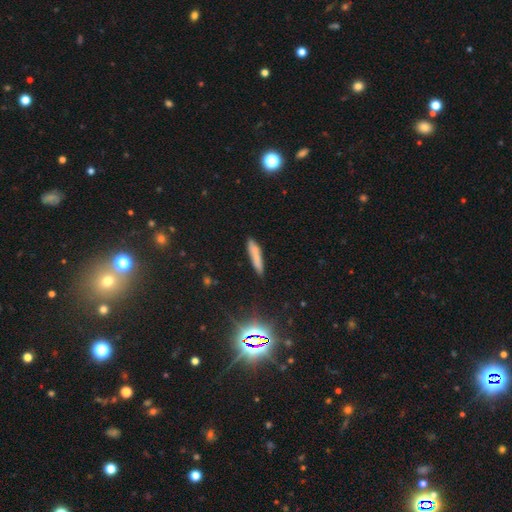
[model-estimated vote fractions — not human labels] This is likely a smooth galaxy (68%). How rounded: clearly cigar-shaped (86%). Merging: likely none (76%).